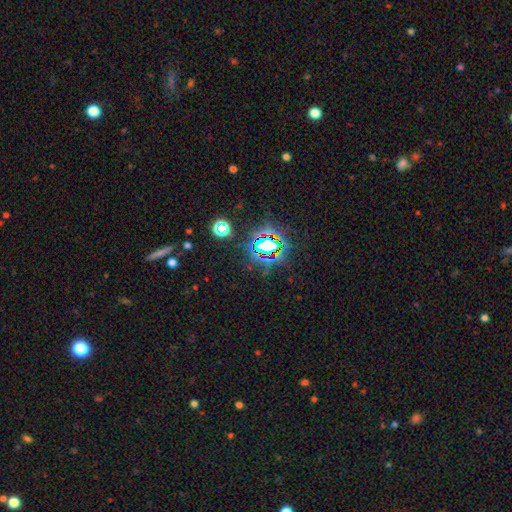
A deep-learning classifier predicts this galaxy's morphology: A star or artifact, not a galaxy (80%).

Vote fractions:
- Smooth or featured? star or artifact: 80% / smooth: 12% / featured or disk: 8%